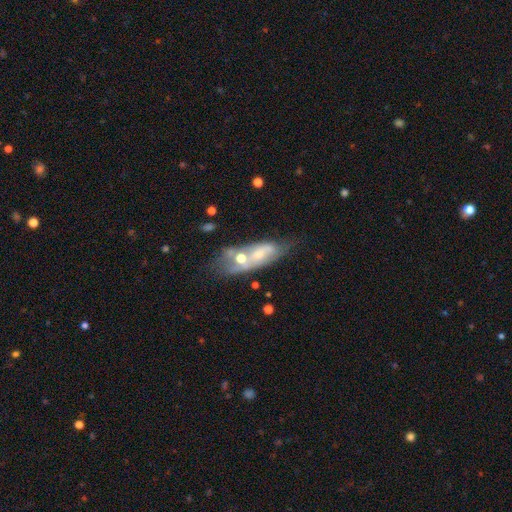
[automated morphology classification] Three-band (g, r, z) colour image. It shows a featured or disk galaxy (58%). Merging: merger (36%).